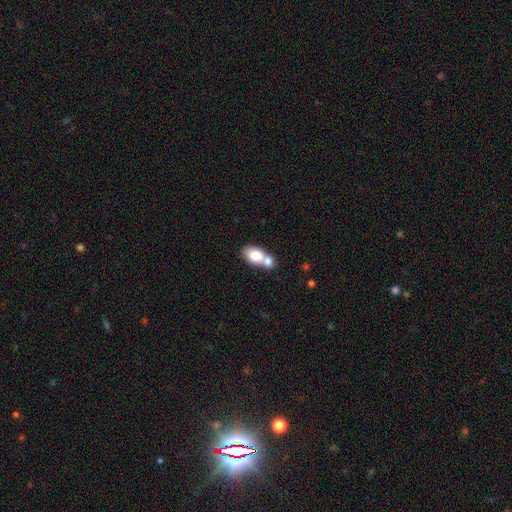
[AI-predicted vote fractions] A smooth galaxy with no disk features (78%) that is in between round and cigar-shaped (82%). Merging: merger (60%).